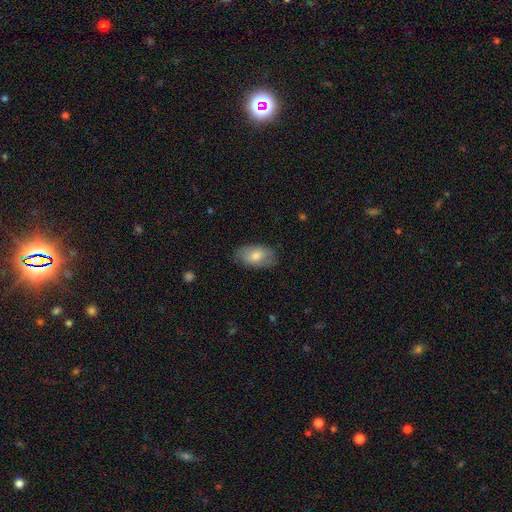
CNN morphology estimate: type=smooth (67%); roundness=in between (92%); merging=none (77%).